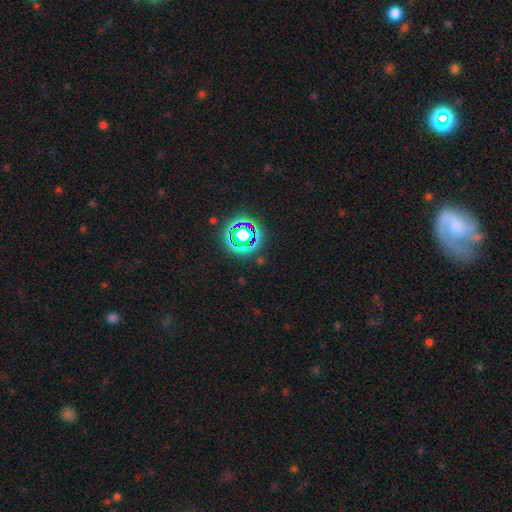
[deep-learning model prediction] Smooth or featured? Predicted: star or artifact (p=0.77).